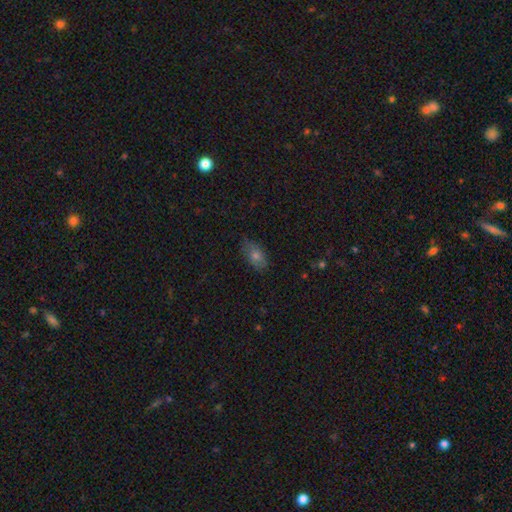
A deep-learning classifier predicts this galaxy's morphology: This is likely a smooth galaxy (69%). How rounded: clearly in between (87%). Merging: likely none (76%).